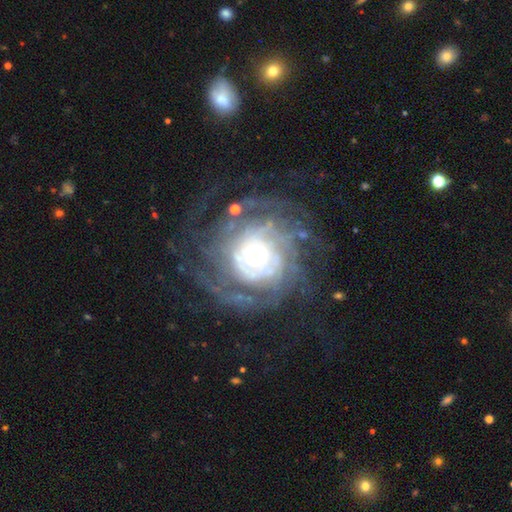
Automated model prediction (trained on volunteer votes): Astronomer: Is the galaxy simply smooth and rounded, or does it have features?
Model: featured or disk — 86%.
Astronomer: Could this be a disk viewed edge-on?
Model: no — 97%.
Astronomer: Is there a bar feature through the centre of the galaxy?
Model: no — 81%.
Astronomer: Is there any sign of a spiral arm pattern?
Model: yes — 91%.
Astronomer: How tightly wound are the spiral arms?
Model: tight — 67%.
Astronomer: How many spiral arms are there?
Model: can't tell — 38% (runner-up: more than 4, 18%).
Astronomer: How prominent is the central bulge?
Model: moderate — 50% (runner-up: small, 36%).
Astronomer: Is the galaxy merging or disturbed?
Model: none — 64%.